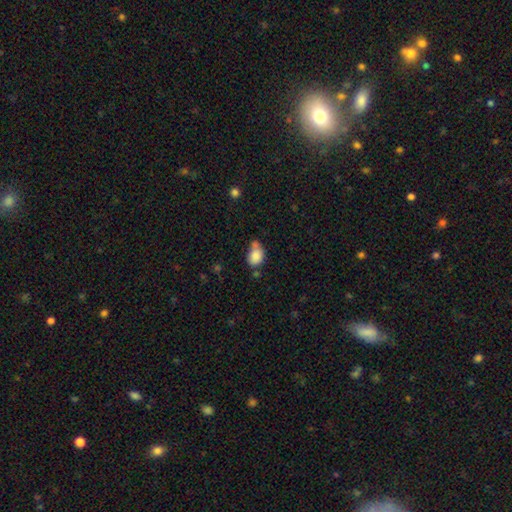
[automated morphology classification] Smooth or featured?
  - smooth: 84% *
  - star or artifact: 9%
  - featured or disk: 7%
How rounded?
  - in between: 65% *
  - round: 33%
  - cigar-shaped: 1%
Merging?
  - none: 41% *
  - merger: 28%
  - minor disturbance: 23%
  - major disturbance: 8%